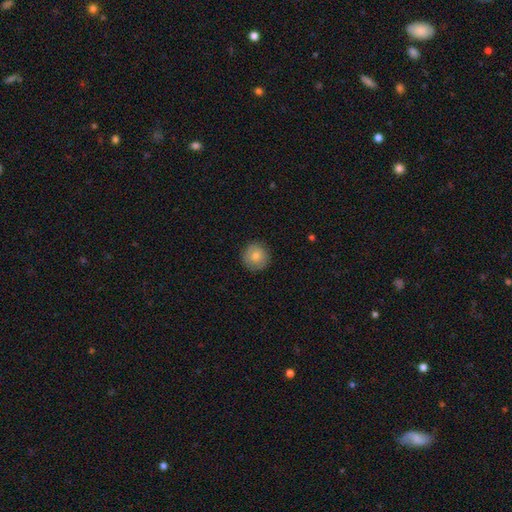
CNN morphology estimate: Smooth or featured? Predicted: smooth (p=0.78). How rounded? Predicted: round (p=0.94). Merging? Predicted: none (p=0.88).